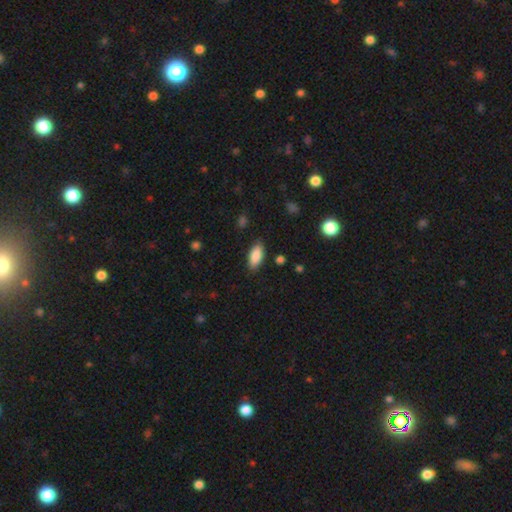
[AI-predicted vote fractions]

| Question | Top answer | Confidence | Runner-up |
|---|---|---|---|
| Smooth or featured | smooth | 88% | star or artifact (7%) |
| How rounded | in between | 87% | cigar-shaped (11%) |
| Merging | none | 85% | minor disturbance (11%) |